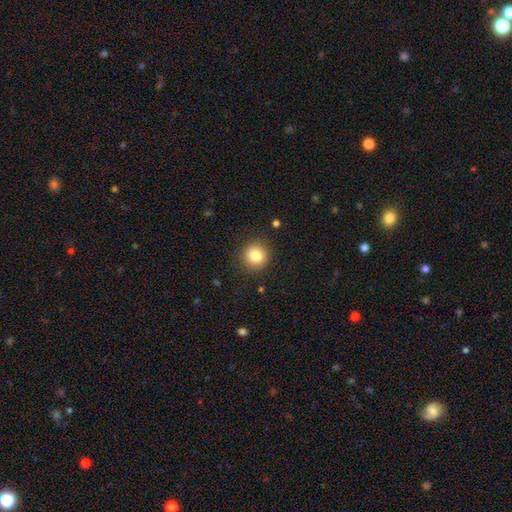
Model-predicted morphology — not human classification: Q: Smooth or featured?
A: smooth (85%); runner-up: star or artifact (10%)
Q: How rounded?
A: round (90%); runner-up: in between (9%)
Q: Merging?
A: none (87%); runner-up: minor disturbance (9%)